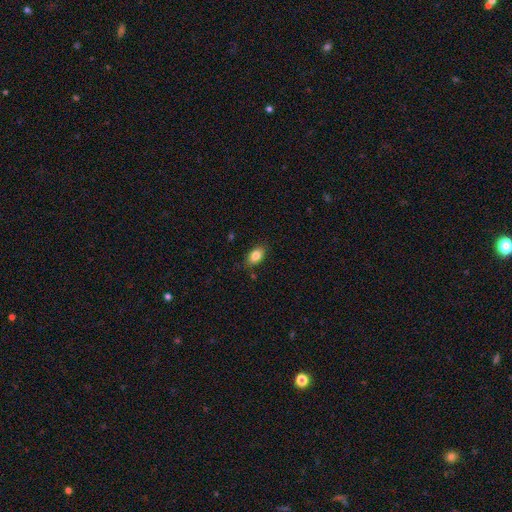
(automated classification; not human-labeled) Smooth or featured?
  - smooth: 84% *
  - star or artifact: 8%
  - featured or disk: 8%
How rounded?
  - in between: 88% *
  - round: 10%
  - cigar-shaped: 2%
Merging?
  - none: 83% *
  - minor disturbance: 13%
  - major disturbance: 3%
  - merger: 1%